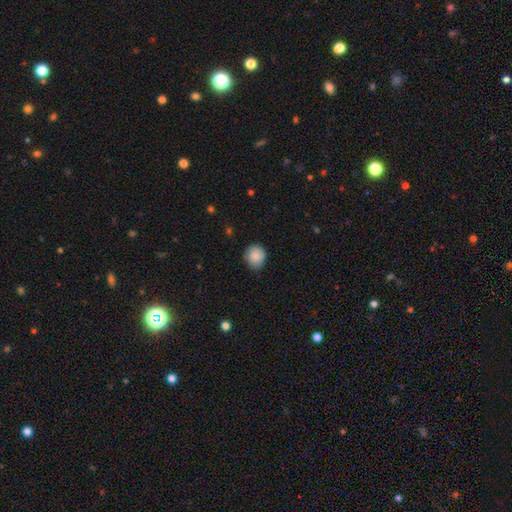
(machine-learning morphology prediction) This is clearly a smooth galaxy (87%). How rounded: clearly round (82%). Merging: likely none (74%).